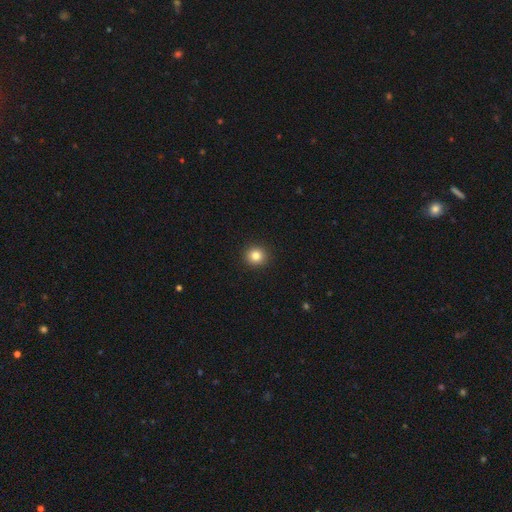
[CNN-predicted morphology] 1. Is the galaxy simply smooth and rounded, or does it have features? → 82% smooth, 11% star or artifact, 6% featured or disk.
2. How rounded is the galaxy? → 93% round, 6% in between, 1% cigar-shaped.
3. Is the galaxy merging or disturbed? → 93% none, 4% minor disturbance, 2% major disturbance, 1% merger.